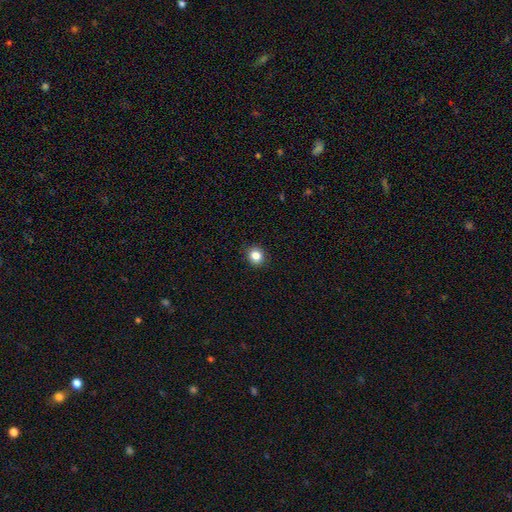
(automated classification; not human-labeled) Smooth or featured? smooth (84%)
How rounded? round (83%)
Merging? none (91%)